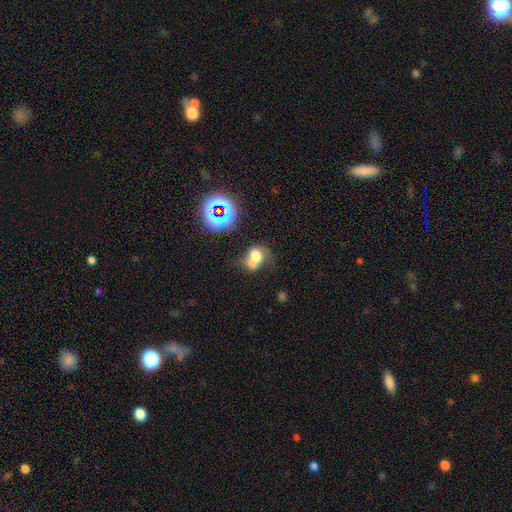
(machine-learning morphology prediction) type=smooth (59%); roundness=round (52%); merging=merger (56%).